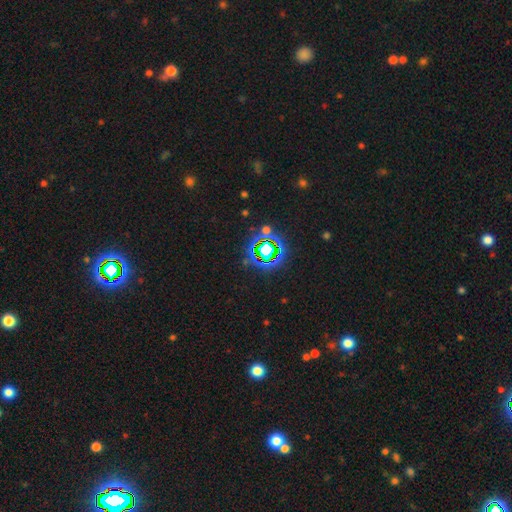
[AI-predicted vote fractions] This appears to be a star or artifact, not a galaxy (79%).